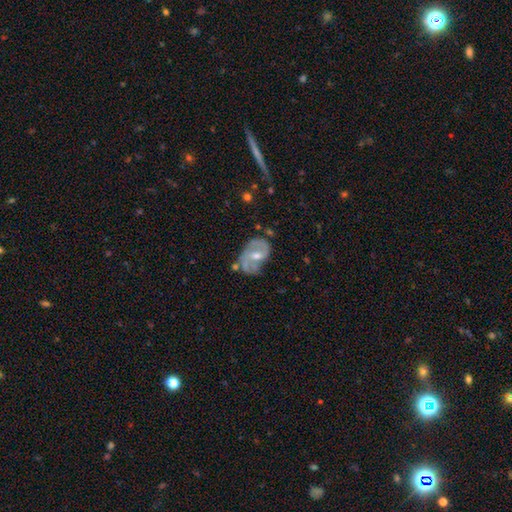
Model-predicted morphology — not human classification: Smooth or featured: featured or disk — 75% (smooth — 18%)
Edge-on disk: no — 96% (yes — 4%)
Bar: weak — 44% (no — 40%)
Spiral arms: yes — 81% (no — 19%)
Spiral winding: medium — 44% (tight — 30%)
Spiral arm count: 2 — 68% (can't tell — 16%)
Bulge size: moderate — 64% (small — 30%)
Merging: none — 58% (minor disturbance — 25%)